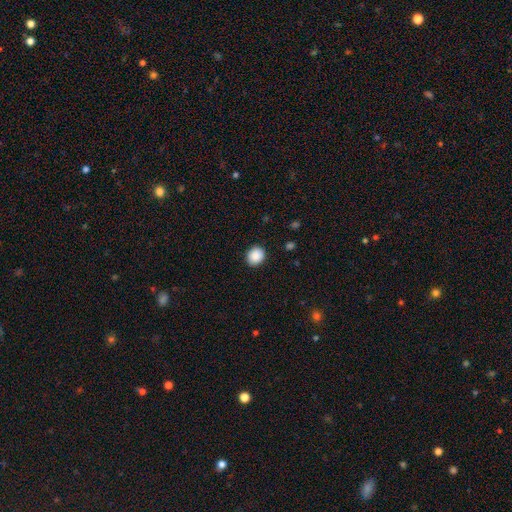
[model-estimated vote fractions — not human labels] Q: Smooth or featured?
A: smooth (89%); runner-up: star or artifact (8%)
Q: How rounded?
A: round (71%); runner-up: in between (28%)
Q: Merging?
A: none (90%); runner-up: minor disturbance (7%)